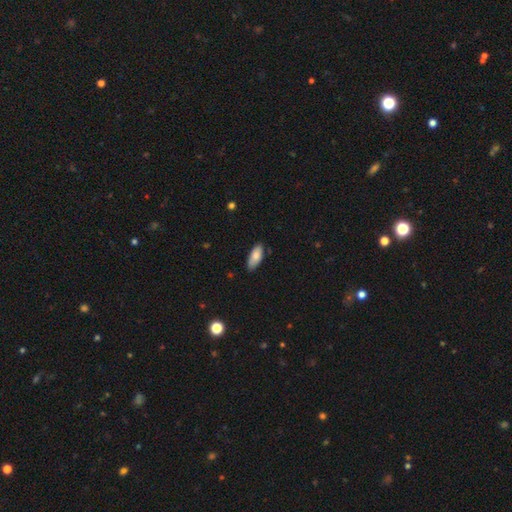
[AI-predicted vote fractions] Overall: smooth (81%). How rounded: in between (83%). Merging: none (81%).